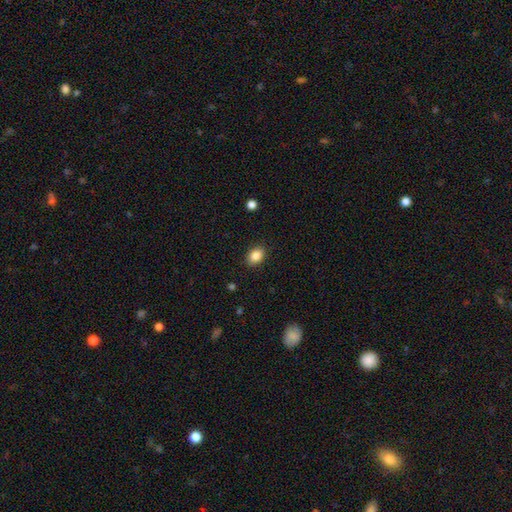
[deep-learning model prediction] A smooth galaxy with no disk features (87%) that is in between round and cigar-shaped (74%).

Vote fractions:
- Smooth or featured? smooth: 87% / star or artifact: 9% / featured or disk: 5%
- How rounded? in between: 74% / round: 25% / cigar-shaped: 1%
- Merging? none: 89% / minor disturbance: 8% / major disturbance: 2% / merger: 1%